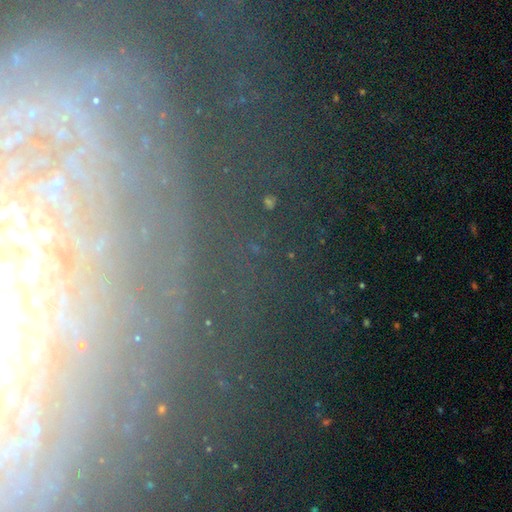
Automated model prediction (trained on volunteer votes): Smooth or featured?
  - featured or disk: 42% *
  - star or artifact: 39%
  - smooth: 19%
Merging?
  - none: 76% *
  - minor disturbance: 12%
  - major disturbance: 7%
  - merger: 5%